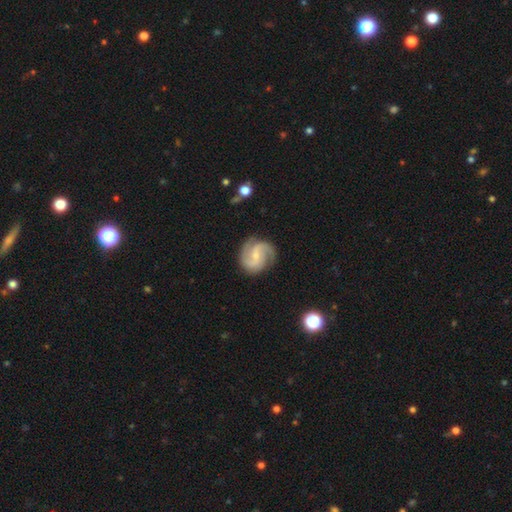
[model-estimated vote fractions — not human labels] A featured or disk galaxy (85%) with a weak bar (51%), 2 (81%) medium (52%) spiral arms (97%) and a small central bulge (66%).

Vote fractions:
- Smooth or featured? featured or disk: 85% / smooth: 10% / star or artifact: 5%
- Edge-on disk? no: 98% / yes: 2%
- Bar? weak: 51% / no: 34% / strong: 15%
- Spiral arms? yes: 97% / no: 3%
- Spiral winding? medium: 52% / loose: 29% / tight: 20%
- Spiral arm count? 2: 81% / 3: 8% / can't tell: 5% / 1: 2% / 4: 2% / more than 4: 2%
- Bulge size? small: 66% / moderate: 23% / none: 9% / large: 1% / dominant: 1%
- Merging? none: 80% / minor disturbance: 14% / major disturbance: 5% / merger: 1%